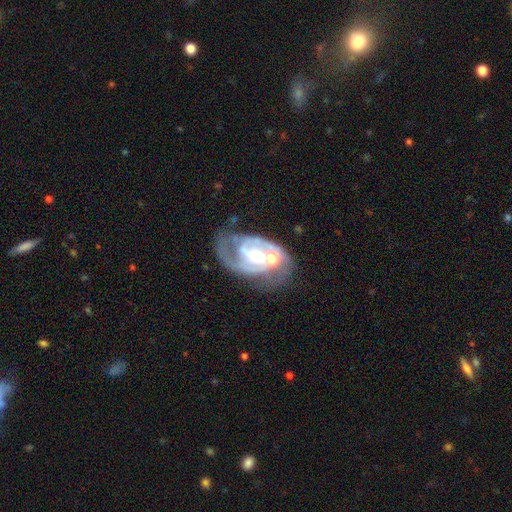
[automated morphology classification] type=featured or disk (82%); edge-on=no (97%); bar=no (49%); spiral arms=yes (89%); winding=medium (44%); arm count=2 (56%); bulge=small (39%, tied with moderate); merging=none (40%).